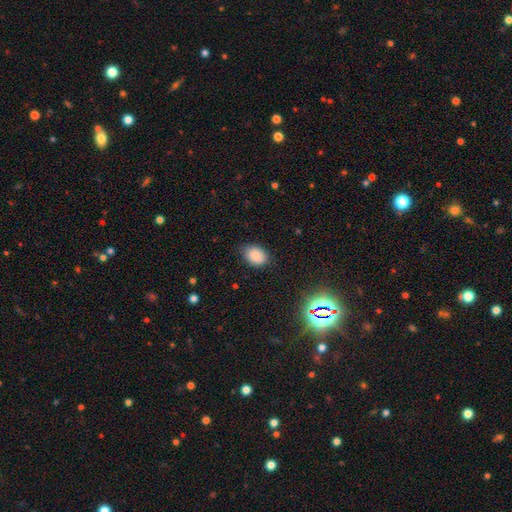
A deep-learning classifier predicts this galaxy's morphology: smooth_or_featured: smooth (p=0.85) [alt: star or artifact p=0.10]
how_rounded: in between (p=0.78) [alt: round p=0.21]
merging: none (p=0.80) [alt: minor disturbance p=0.16]